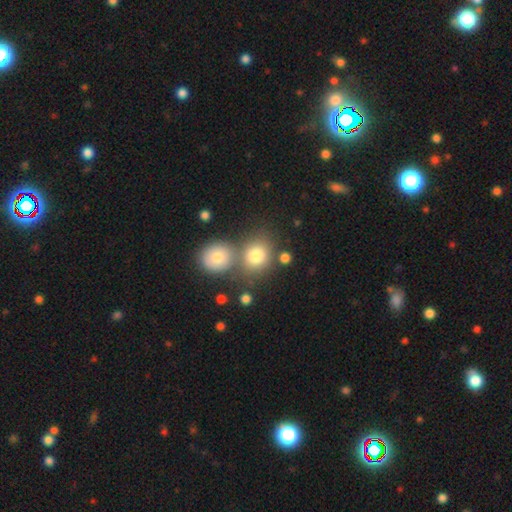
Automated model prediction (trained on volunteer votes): Smooth or featured? Predicted: smooth (p=0.77). How rounded? Predicted: round (p=0.72). Merging? Predicted: none (p=0.56).